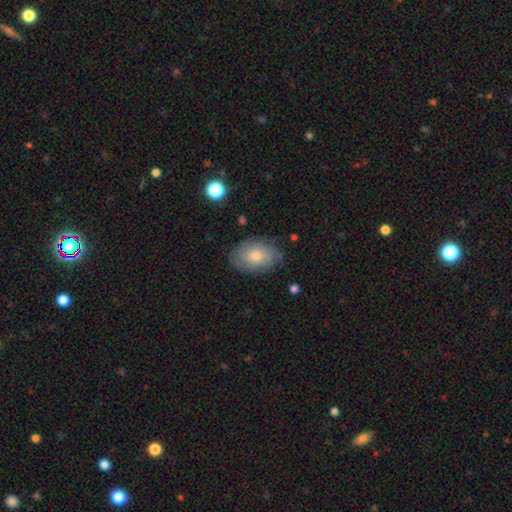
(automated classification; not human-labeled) The model was most divided on "smooth or featured": smooth: 58%, featured or disk: 33%, star or artifact: 9%. More confident: how rounded — in between (84%); merging — none (80%).